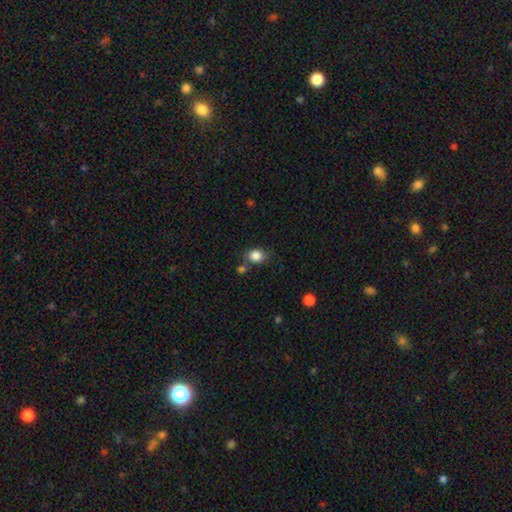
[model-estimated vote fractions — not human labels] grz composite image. It shows a smooth galaxy with no disk features (85%) that is round (57%). Merging: none (67%).